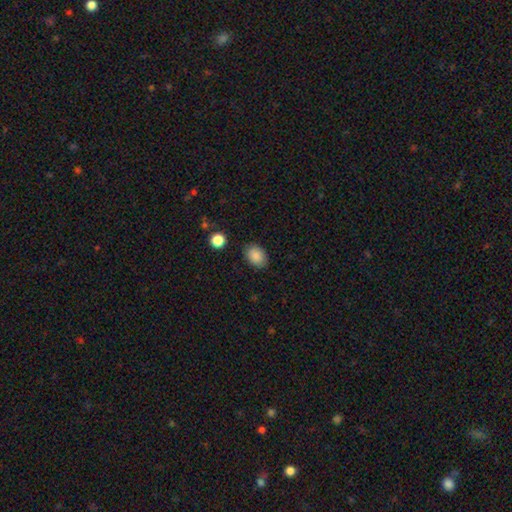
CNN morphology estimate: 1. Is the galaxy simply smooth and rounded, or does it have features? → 87% smooth, 8% star or artifact, 4% featured or disk.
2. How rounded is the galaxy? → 73% in between, 26% round, 1% cigar-shaped.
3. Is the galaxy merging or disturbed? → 84% none, 11% minor disturbance, 3% major disturbance, 2% merger.